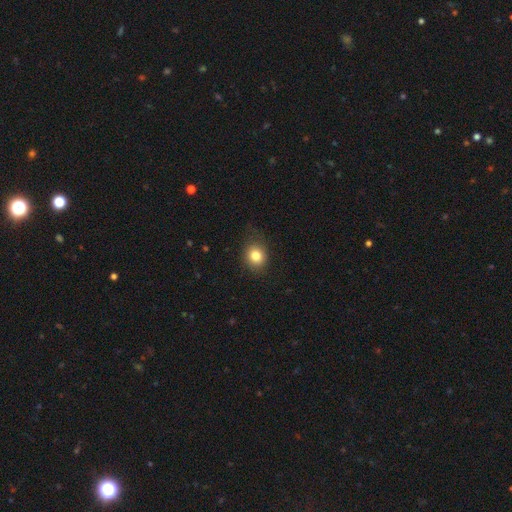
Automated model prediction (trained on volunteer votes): A smooth galaxy with no disk features (81%) that is round (70%).

Vote fractions:
- Smooth or featured? smooth: 81% / star or artifact: 11% / featured or disk: 8%
- How rounded? round: 70% / in between: 29% / cigar-shaped: 1%
- Merging? none: 79% / minor disturbance: 15% / major disturbance: 4% / merger: 1%